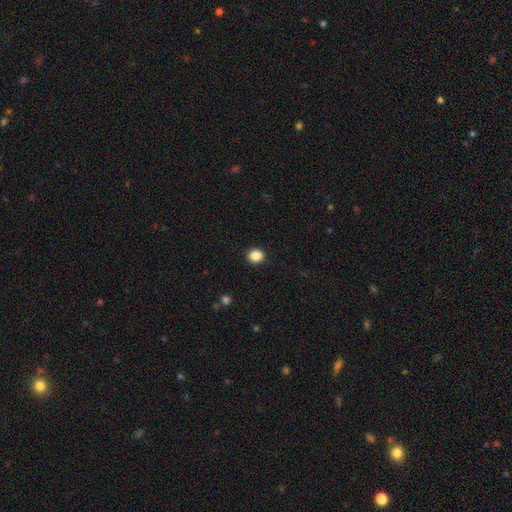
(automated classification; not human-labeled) The model was most divided on "how rounded": round: 83%, in between: 16%, cigar-shaped: 1%. More confident: merging — none (92%); smooth or featured — smooth (86%).